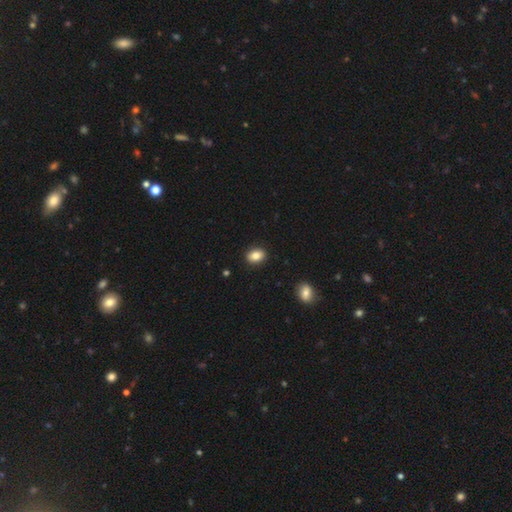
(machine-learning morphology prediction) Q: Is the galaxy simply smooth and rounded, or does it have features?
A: smooth — 85%.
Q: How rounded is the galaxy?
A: in between — 73%.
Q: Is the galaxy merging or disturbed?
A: none — 90%.